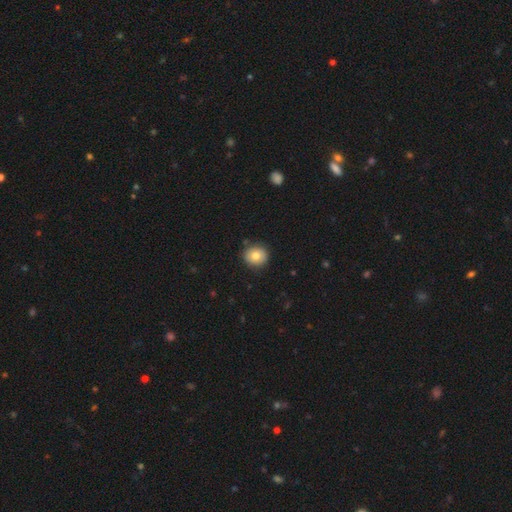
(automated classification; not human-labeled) A smooth galaxy with no disk features (74%) that is round (86%).

Vote fractions:
- Smooth or featured? smooth: 74% / featured or disk: 17% / star or artifact: 9%
- How rounded? round: 86% / in between: 14% / cigar-shaped: 1%
- Merging? none: 87% / minor disturbance: 9% / major disturbance: 2% / merger: 1%